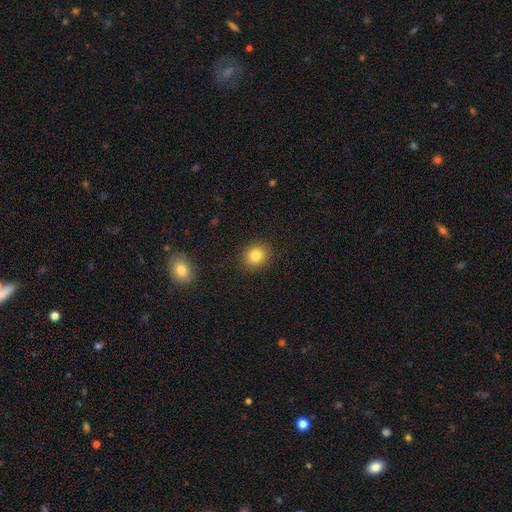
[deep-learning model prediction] The model was most divided on "how rounded": round: 80%, in between: 19%, cigar-shaped: 1%. More confident: merging — none (90%); smooth or featured — smooth (82%).